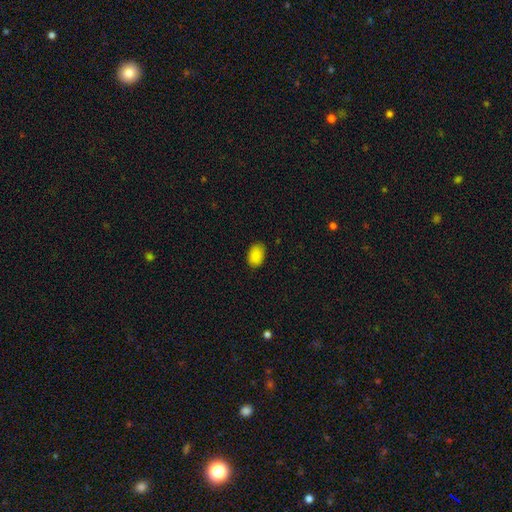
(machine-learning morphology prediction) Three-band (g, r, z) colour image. It shows a smooth galaxy with no disk features (88%) that is in between round and cigar-shaped (85%). Merging: none (86%).